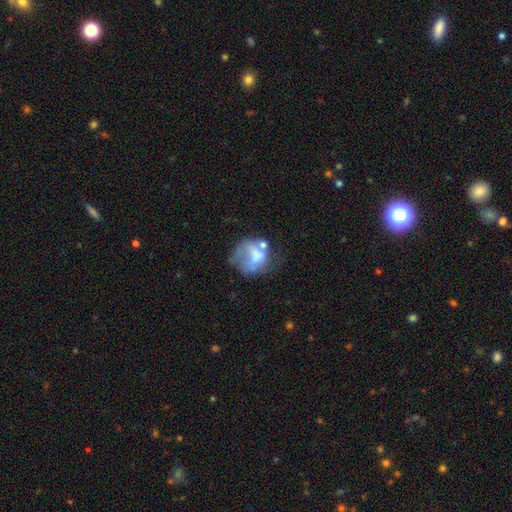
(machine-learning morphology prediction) smooth 48%, featured or disk 41%, star or artifact 11%. Down the decision tree: merging — major disturbance (31%).